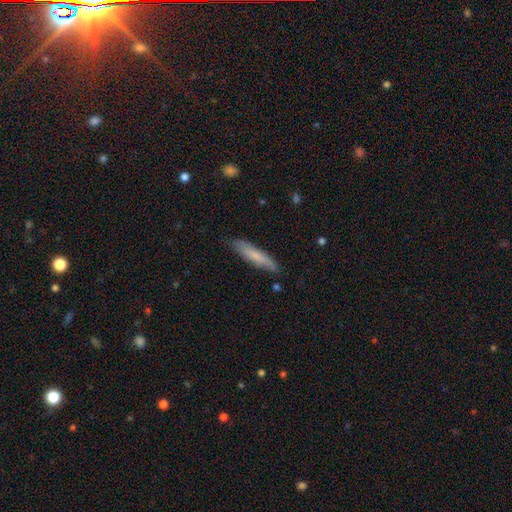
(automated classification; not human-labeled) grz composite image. It shows a smooth galaxy with no disk features (72%) that is cigar-shaped (86%). Merging: none (81%).